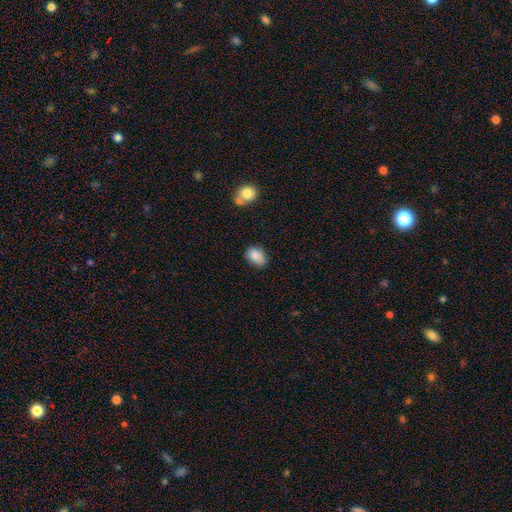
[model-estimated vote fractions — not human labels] Smooth or featured? Predicted: smooth (p=0.86). How rounded? Predicted: in between (p=0.74). Merging? Predicted: none (p=0.69).